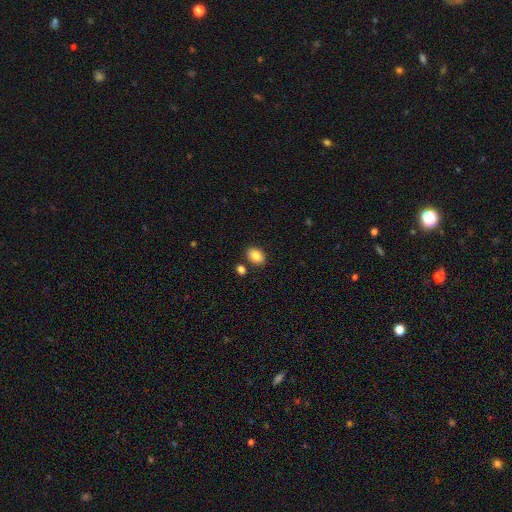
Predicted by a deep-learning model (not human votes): smooth_or_featured: smooth (p=0.85) [alt: star or artifact p=0.08]
how_rounded: in between (p=0.71) [alt: round p=0.28]
merging: none (p=0.81) [alt: minor disturbance p=0.10]